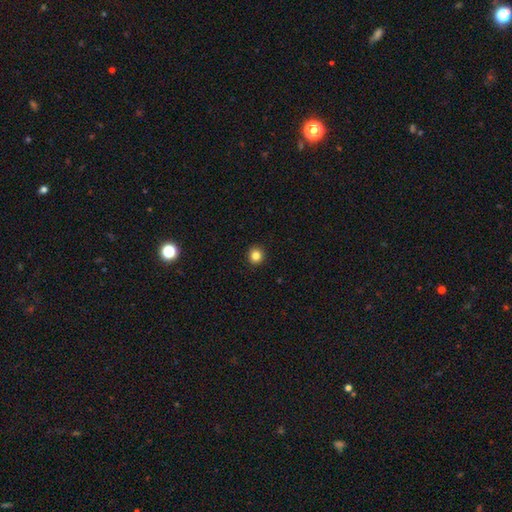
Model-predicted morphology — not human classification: This appears to be a smooth galaxy with no disk features (83%) that is round (93%). Merging: none (93%).